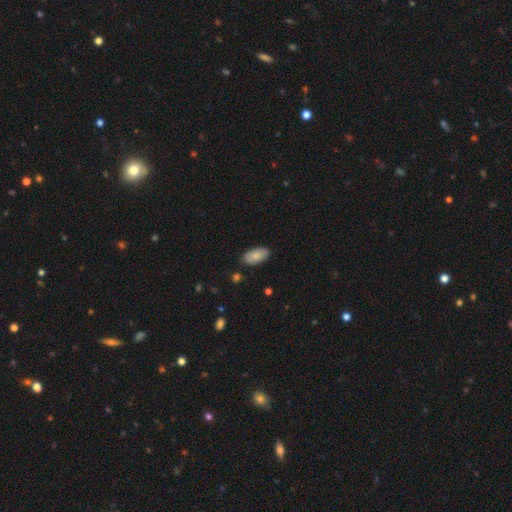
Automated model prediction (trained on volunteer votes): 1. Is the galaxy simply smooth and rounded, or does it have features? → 82% smooth, 11% featured or disk, 6% star or artifact.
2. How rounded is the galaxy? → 94% in between, 4% cigar-shaped, 2% round.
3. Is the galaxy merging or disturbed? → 86% none, 11% minor disturbance, 2% major disturbance, 2% merger.